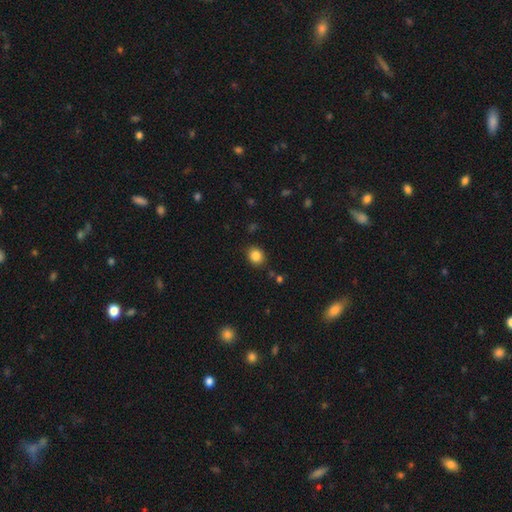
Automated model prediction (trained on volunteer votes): A smooth galaxy with no disk features (85%) that is round (69%).

Vote fractions:
- Smooth or featured? smooth: 85% / star or artifact: 10% / featured or disk: 5%
- How rounded? round: 69% / in between: 30% / cigar-shaped: 1%
- Merging? none: 86% / minor disturbance: 9% / major disturbance: 3% / merger: 2%